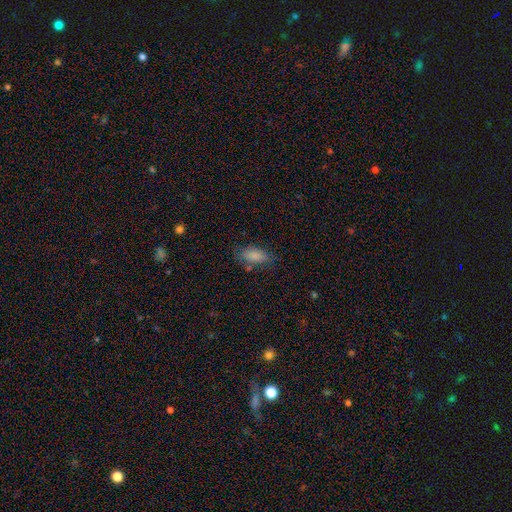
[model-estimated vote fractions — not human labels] smooth 80%, featured or disk 10%, star or artifact 10%. Down the decision tree: how rounded — in between (84%); merging — none (74%).